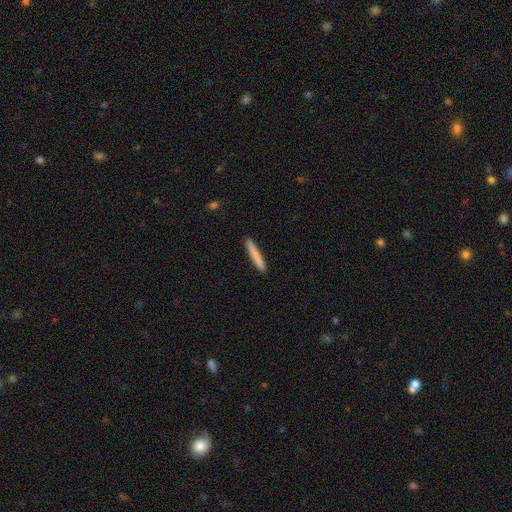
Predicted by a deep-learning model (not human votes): smooth-or-featured: smooth: 82% | featured or disk: 12% | star or artifact: 6%
  how-rounded: cigar-shaped: 96% | in between: 3% | round: 1%
  merging: none: 91% | minor disturbance: 7% | major disturbance: 1% | merger: 1%